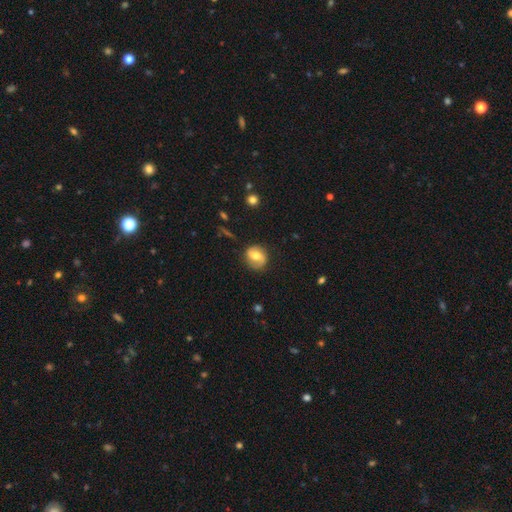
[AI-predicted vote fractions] The model was most divided on "smooth or featured": smooth: 49%, featured or disk: 44%, star or artifact: 8%. More confident: merging — none (79%).